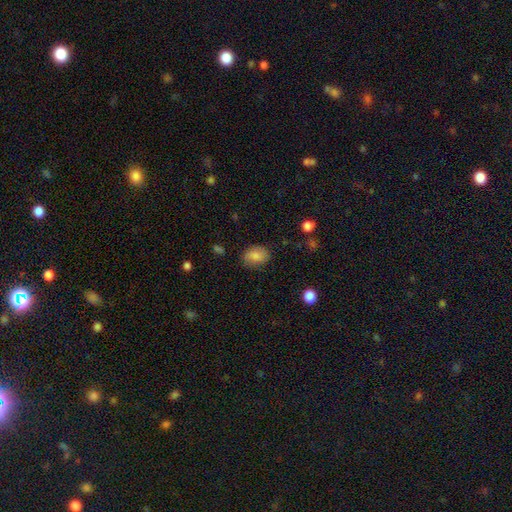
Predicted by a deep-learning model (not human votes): smooth-or-featured: smooth: 80% | featured or disk: 12% | star or artifact: 8%
  how-rounded: in between: 70% | round: 29% | cigar-shaped: 1%
  merging: none: 78% | minor disturbance: 17% | major disturbance: 4% | merger: 1%